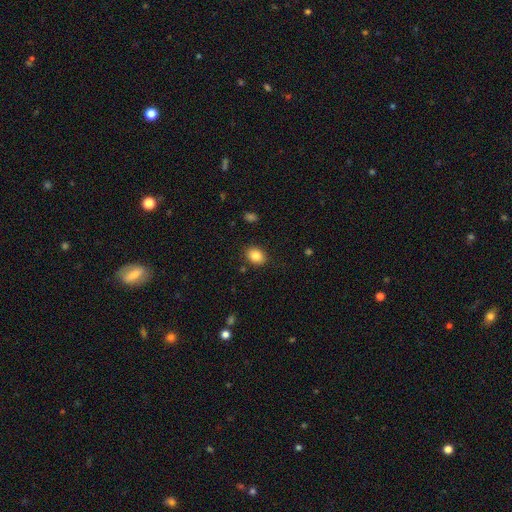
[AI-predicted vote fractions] A smooth galaxy with no disk features (85%) that is in between round and cigar-shaped (64%).

Vote fractions:
- Smooth or featured? smooth: 85% / star or artifact: 9% / featured or disk: 6%
- How rounded? in between: 64% / round: 35% / cigar-shaped: 1%
- Merging? none: 87% / minor disturbance: 9% / major disturbance: 2% / merger: 1%